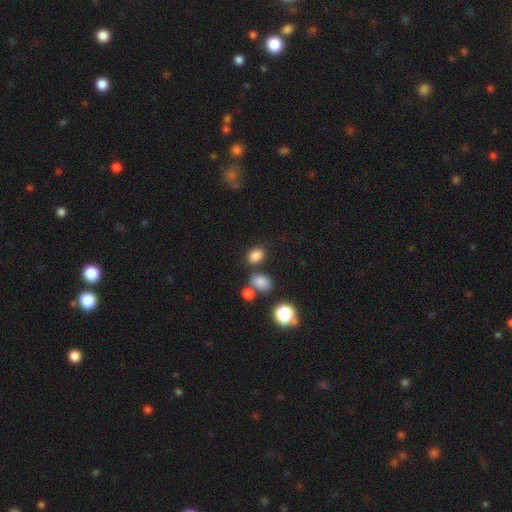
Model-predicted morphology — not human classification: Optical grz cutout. It shows a smooth galaxy with no disk features (83%) that is in between round and cigar-shaped (69%). Merging: none (72%).